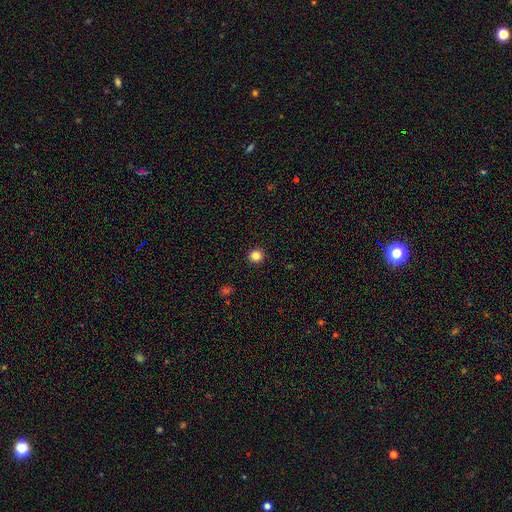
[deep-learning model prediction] This appears to be a smooth galaxy with no disk features (84%) that is round (93%). Merging: none (93%).